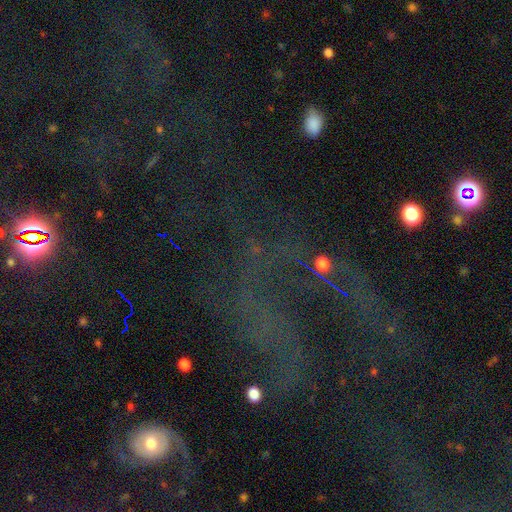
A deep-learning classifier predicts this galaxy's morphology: Smooth or featured? Predicted: star or artifact (p=0.53).